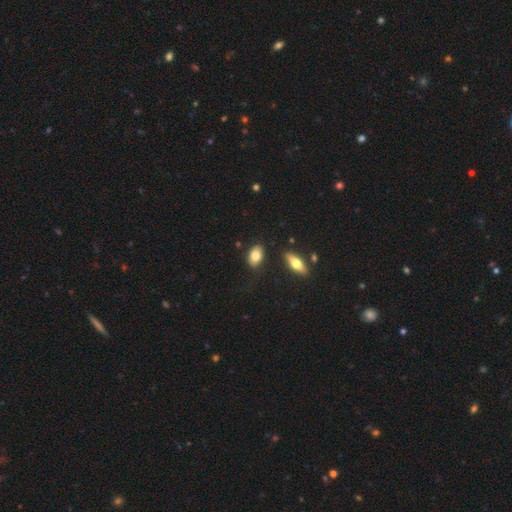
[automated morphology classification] Q: Smooth or featured?
A: smooth (78%); runner-up: featured or disk (15%)
Q: How rounded?
A: in between (89%); runner-up: round (9%)
Q: Merging?
A: none (82%); runner-up: minor disturbance (12%)